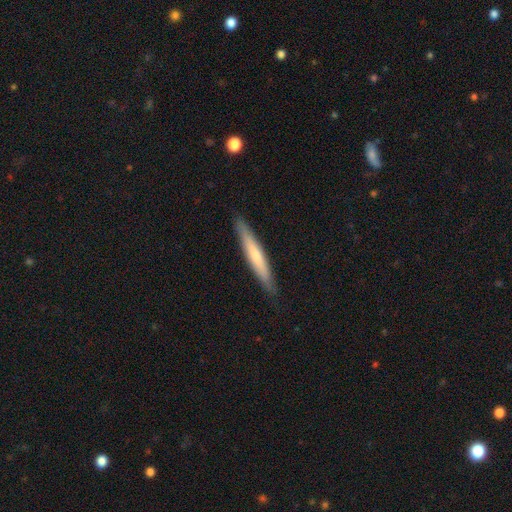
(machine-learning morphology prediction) This is possibly a smooth galaxy (58%). How rounded: clearly cigar-shaped (94%). Merging: clearly none (90%).